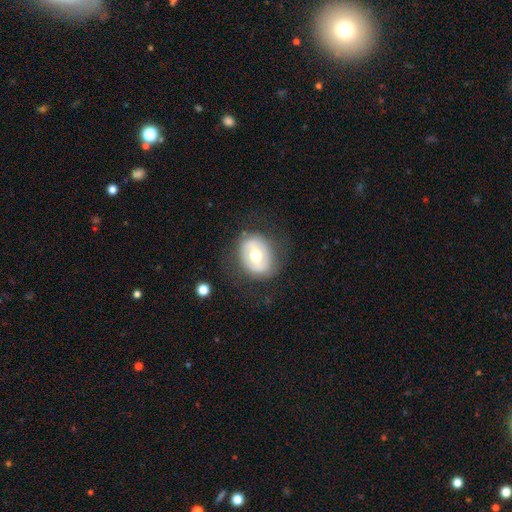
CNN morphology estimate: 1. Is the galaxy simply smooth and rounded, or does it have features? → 48% featured or disk, 45% smooth, 7% star or artifact.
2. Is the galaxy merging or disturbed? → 76% none, 15% minor disturbance, 8% major disturbance, 1% merger.